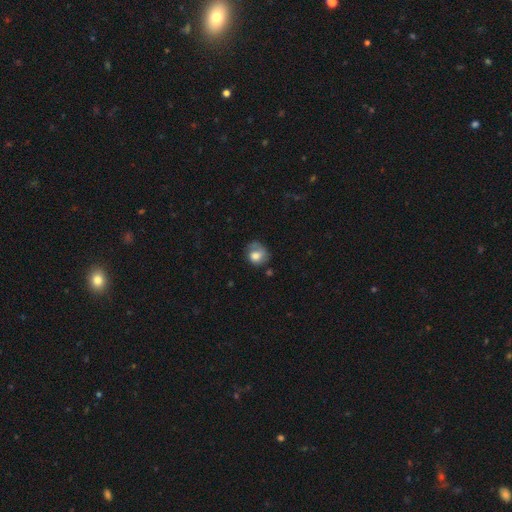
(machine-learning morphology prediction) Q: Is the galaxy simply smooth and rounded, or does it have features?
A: smooth — 70%.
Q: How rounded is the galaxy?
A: round — 70%.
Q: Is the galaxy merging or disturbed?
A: none — 50%.